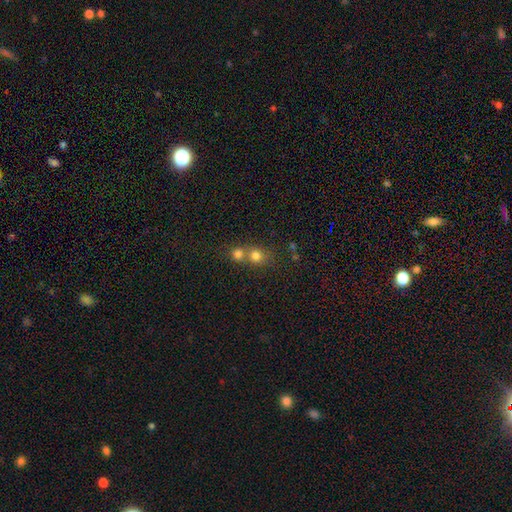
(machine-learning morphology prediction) This appears to be a smooth galaxy with no disk features (76%) that is round (80%). Merging: merger (54%).